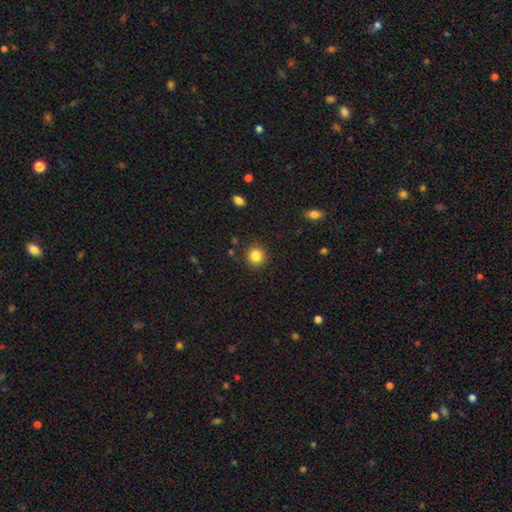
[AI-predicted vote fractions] smooth-or-featured: smooth: 84% | star or artifact: 11% | featured or disk: 5%
  how-rounded: round: 90% | in between: 9% | cigar-shaped: 1%
  merging: none: 90% | minor disturbance: 7% | major disturbance: 2% | merger: 1%